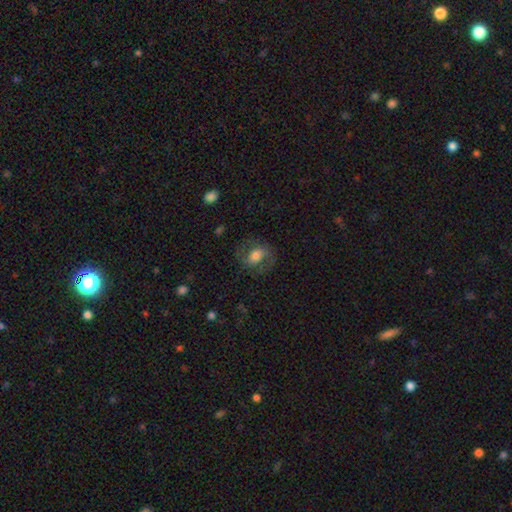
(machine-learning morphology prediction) This appears to be a featured or disk galaxy (48%). Merging: none (71%).